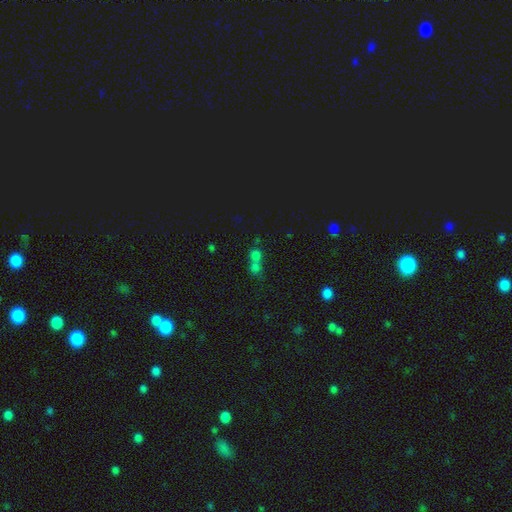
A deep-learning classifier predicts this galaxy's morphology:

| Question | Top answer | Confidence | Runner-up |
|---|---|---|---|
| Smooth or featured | smooth | 65% | star or artifact (25%) |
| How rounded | round | 78% | in between (20%) |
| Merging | merger | 61% | none (31%) |